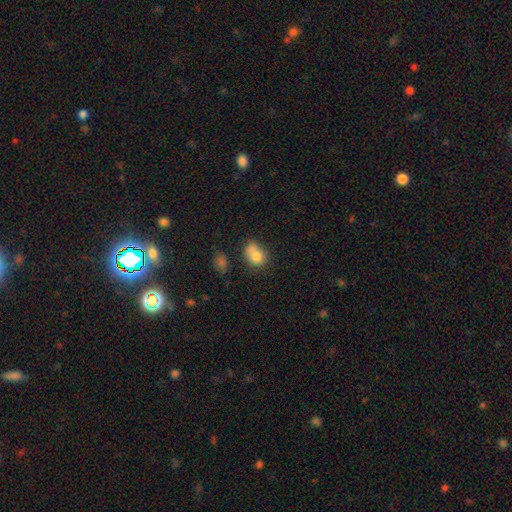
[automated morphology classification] The model was most divided on "merging": none: 38%, merger: 31%, minor disturbance: 21%, major disturbance: 9%. More confident: smooth or featured — smooth (78%); how rounded — in between (57%).